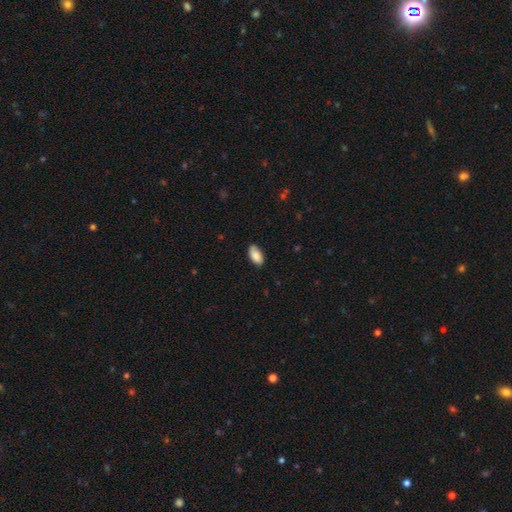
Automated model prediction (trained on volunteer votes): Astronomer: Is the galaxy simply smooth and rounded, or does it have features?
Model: smooth — 84%.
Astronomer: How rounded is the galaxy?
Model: in between — 94%.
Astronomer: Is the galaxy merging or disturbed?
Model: none — 80%.